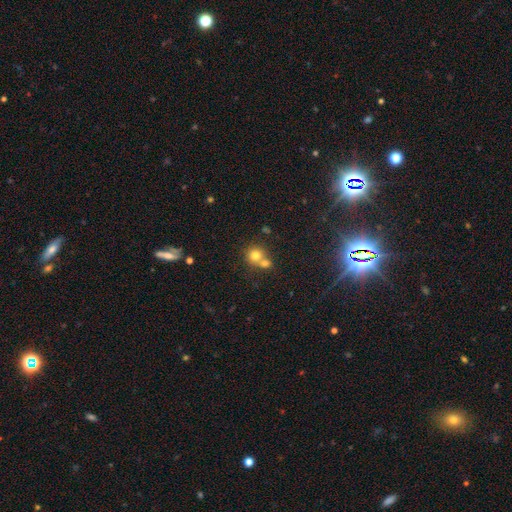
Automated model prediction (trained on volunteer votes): This appears to be a smooth galaxy with no disk features (75%) that is round (86%). Merging: merger (52%).